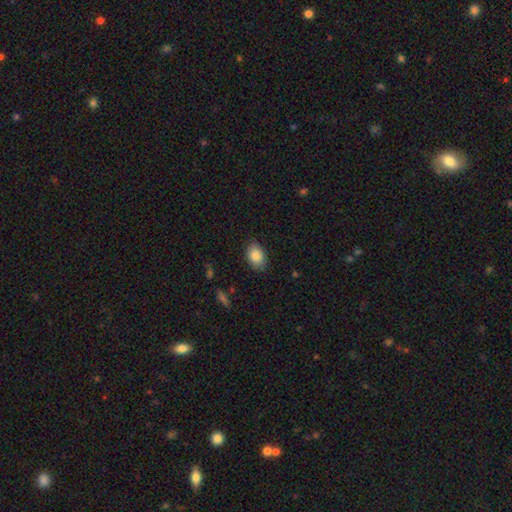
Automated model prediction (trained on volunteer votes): Smooth or featured? Predicted: smooth (p=0.85). How rounded? Predicted: in between (p=0.84). Merging? Predicted: none (p=0.82).